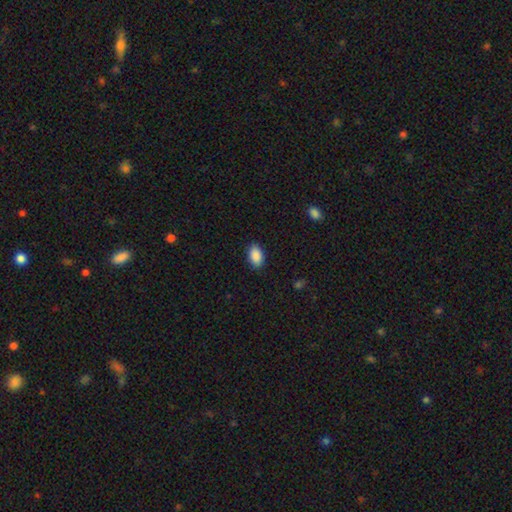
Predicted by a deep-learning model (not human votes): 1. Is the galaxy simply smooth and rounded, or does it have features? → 90% smooth, 7% star or artifact, 3% featured or disk.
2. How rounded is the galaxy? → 92% in between, 6% round, 2% cigar-shaped.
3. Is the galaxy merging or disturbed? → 88% none, 9% minor disturbance, 2% major disturbance, 1% merger.